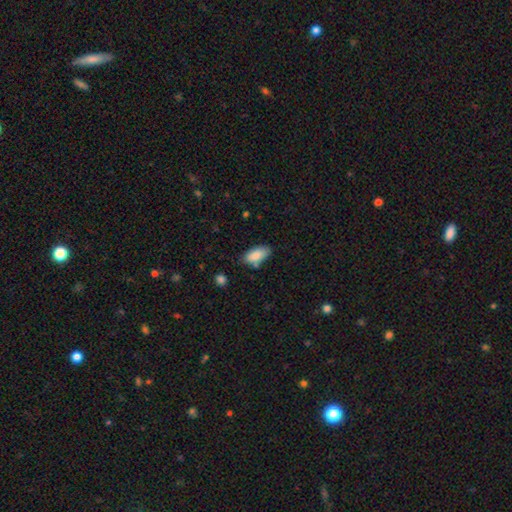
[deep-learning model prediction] Smooth or featured? Predicted: smooth (p=0.87). How rounded? Predicted: in between (p=0.91). Merging? Predicted: none (p=0.70).